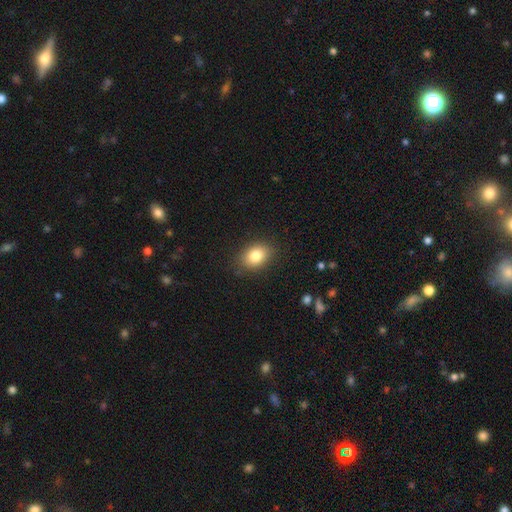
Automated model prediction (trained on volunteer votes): smooth_or_featured: smooth (p=0.83) [alt: star or artifact p=0.09]
how_rounded: in between (p=0.71) [alt: round p=0.27]
merging: none (p=0.85) [alt: minor disturbance p=0.11]